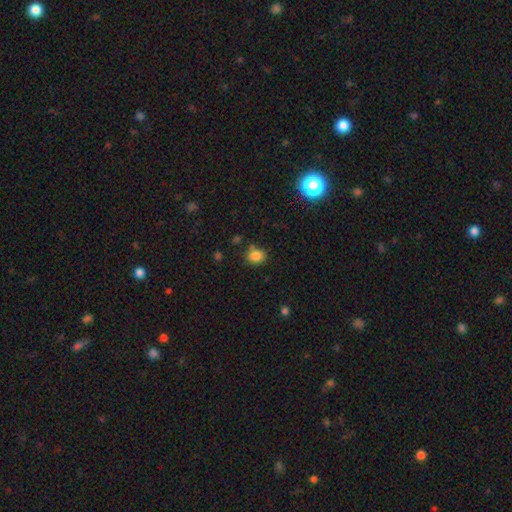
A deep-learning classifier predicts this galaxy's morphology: Smooth or featured? smooth (83%)
How rounded? round (59%)
Merging? none (73%)